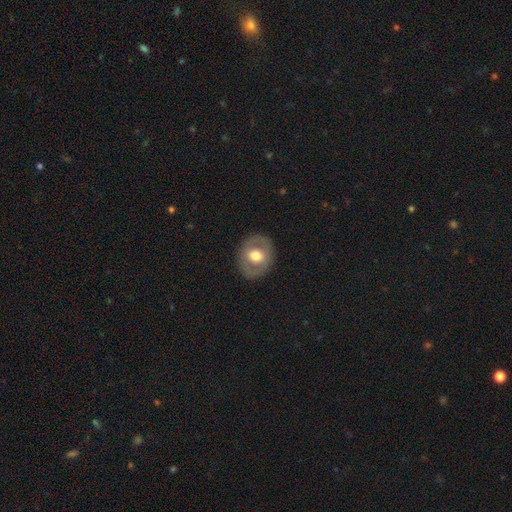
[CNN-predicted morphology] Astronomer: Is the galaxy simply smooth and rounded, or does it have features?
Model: smooth — 47%, tied with featured or disk at 47%.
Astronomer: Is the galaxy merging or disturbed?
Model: none — 85%.